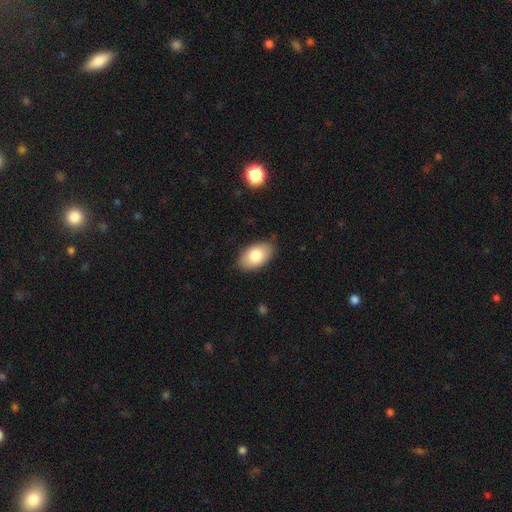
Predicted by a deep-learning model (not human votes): This appears to be a smooth galaxy with no disk features (80%) that is in between round and cigar-shaped (94%). Merging: none (84%).